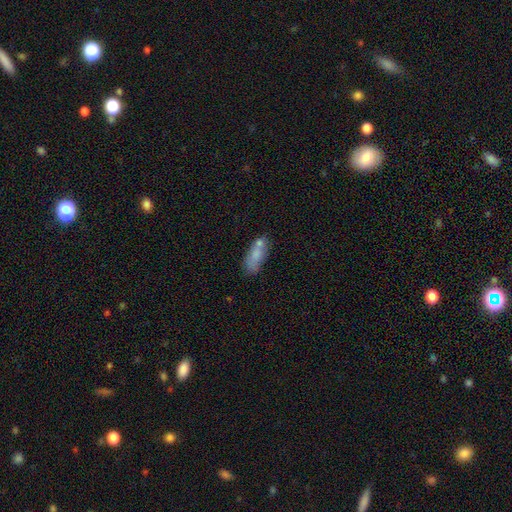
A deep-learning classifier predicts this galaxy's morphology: smooth_or_featured: smooth (p=0.71) [alt: featured or disk p=0.20]
how_rounded: in between (p=0.76) [alt: cigar-shaped p=0.20]
merging: none (p=0.45) [alt: merger p=0.27]